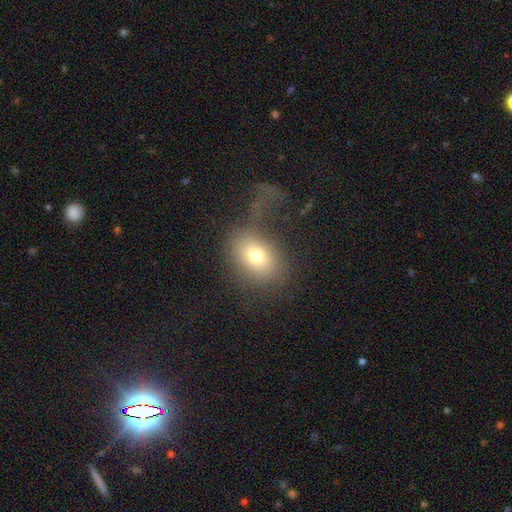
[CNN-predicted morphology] Q: Smooth or featured?
A: smooth (73%); runner-up: featured or disk (15%)
Q: How rounded?
A: in between (62%); runner-up: round (37%)
Q: Merging?
A: none (43%); runner-up: major disturbance (34%)